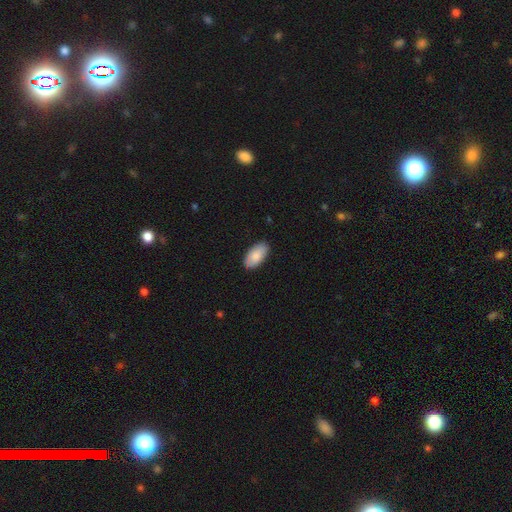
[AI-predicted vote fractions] Overall: smooth (85%). How rounded: in between (95%). Merging: none (86%).